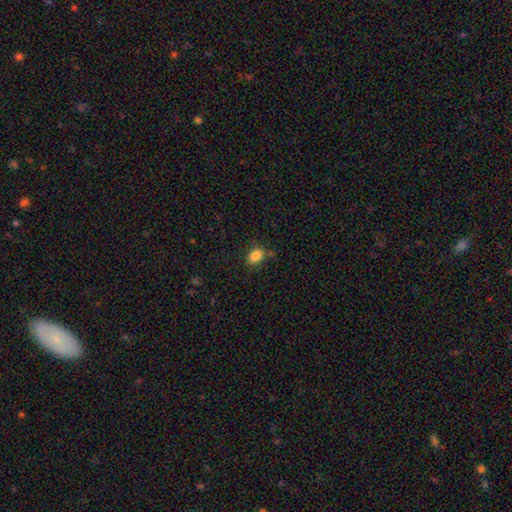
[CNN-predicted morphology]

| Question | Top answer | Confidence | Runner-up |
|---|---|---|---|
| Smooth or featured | smooth | 85% | star or artifact (10%) |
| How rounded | in between | 68% | round (31%) |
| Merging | none | 77% | minor disturbance (15%) |